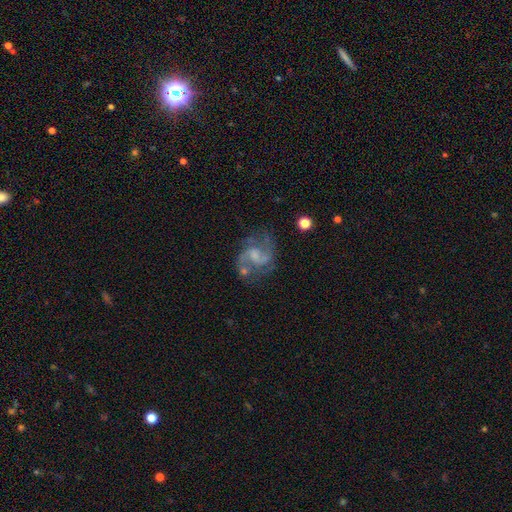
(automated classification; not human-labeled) Smooth or featured? featured or disk (84%)
Edge-on disk? no (98%)
Bar? weak (49%)
Spiral arms? yes (95%)
Spiral winding? medium (54%)
Spiral arm count? 2 (85%)
Bulge size? none (35%)
Merging? none (58%)